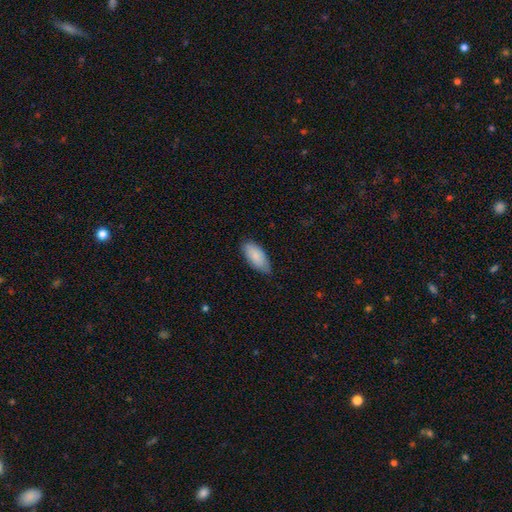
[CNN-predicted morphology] This is clearly a smooth galaxy (82%). How rounded: clearly in between (89%). Merging: likely none (73%).